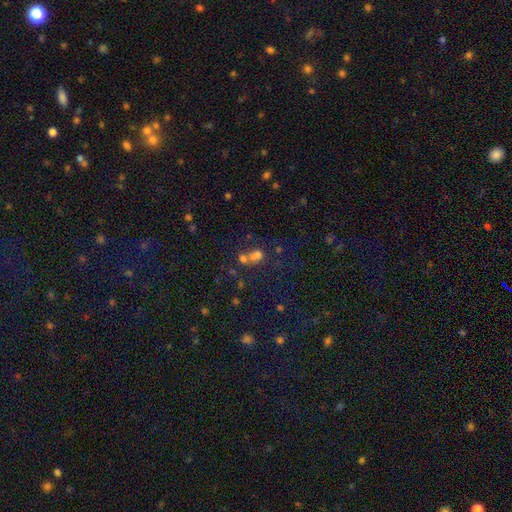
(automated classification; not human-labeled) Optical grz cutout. It shows a smooth galaxy with no disk features (62%) that is round (66%). Merging: merger (56%).